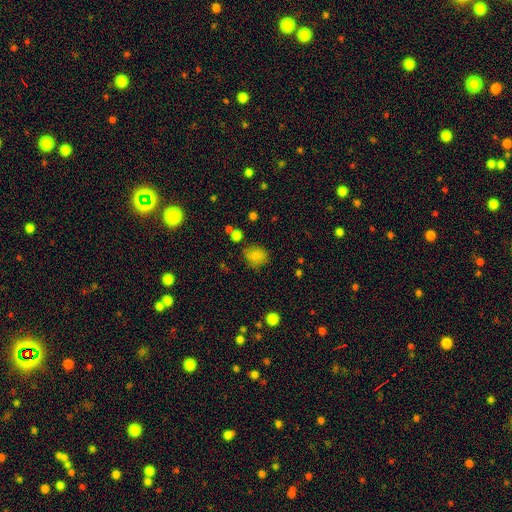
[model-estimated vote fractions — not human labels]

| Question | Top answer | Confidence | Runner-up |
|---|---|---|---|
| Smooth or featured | smooth | 82% | star or artifact (11%) |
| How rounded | round | 61% | in between (38%) |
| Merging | none | 73% | minor disturbance (18%) |